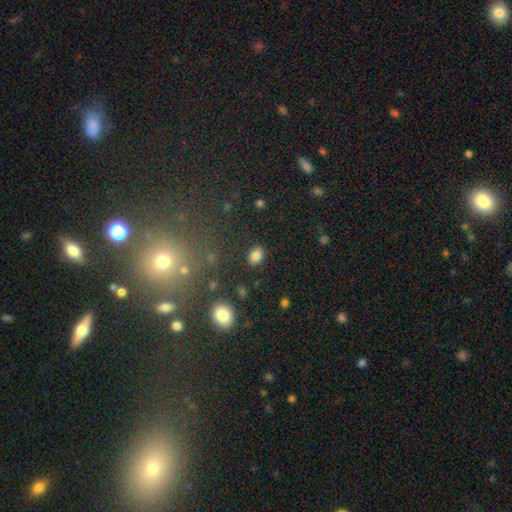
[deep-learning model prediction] A smooth galaxy with no disk features (82%) that is in between round and cigar-shaped (71%). Merging: none (85%).